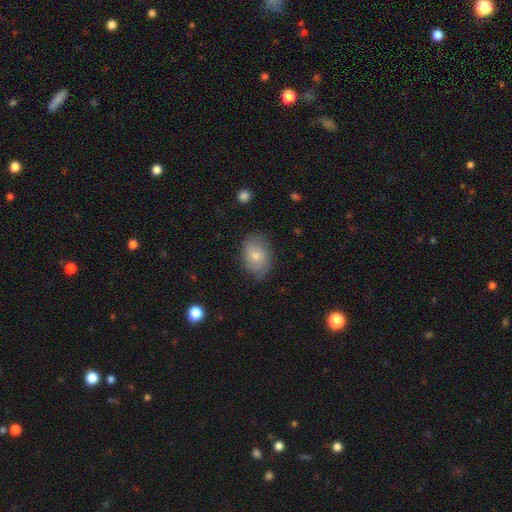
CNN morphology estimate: smooth_or_featured: smooth (p=0.64) [alt: featured or disk p=0.29]
how_rounded: in between (p=0.69) [alt: round p=0.30]
merging: none (p=0.71) [alt: minor disturbance p=0.22]